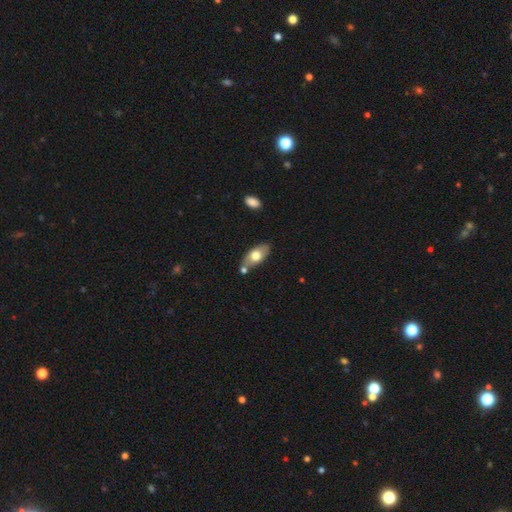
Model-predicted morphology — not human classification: Overall: smooth (67%). How rounded: in between (88%). Merging: none (67%).